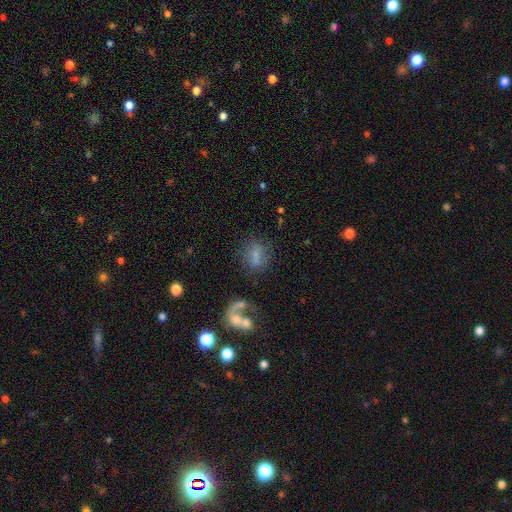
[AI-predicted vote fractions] Smooth or featured? smooth (61%)
How rounded? in between (57%)
Merging? none (59%)